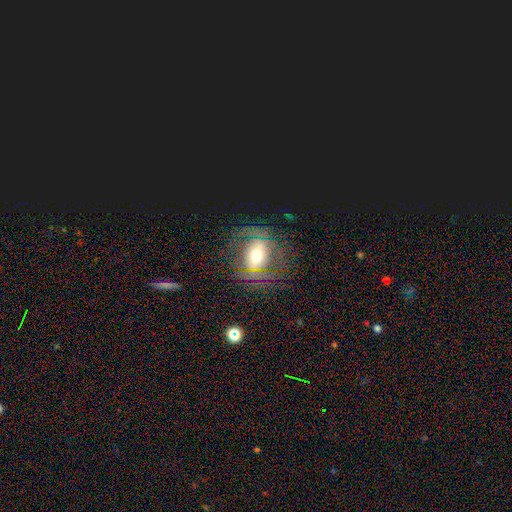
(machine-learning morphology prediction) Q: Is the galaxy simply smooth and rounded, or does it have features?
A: featured or disk — 61%.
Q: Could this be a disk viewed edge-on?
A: no — 92%.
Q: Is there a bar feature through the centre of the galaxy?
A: no — 37%.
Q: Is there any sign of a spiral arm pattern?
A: yes — 66%.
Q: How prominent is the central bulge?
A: moderate — 65%.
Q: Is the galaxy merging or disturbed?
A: none — 74%.